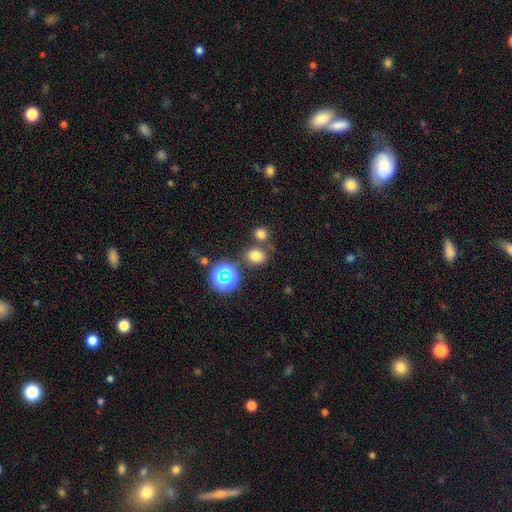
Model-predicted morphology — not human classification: Smooth or featured? smooth (73%)
How rounded? round (58%)
Merging? none (69%)